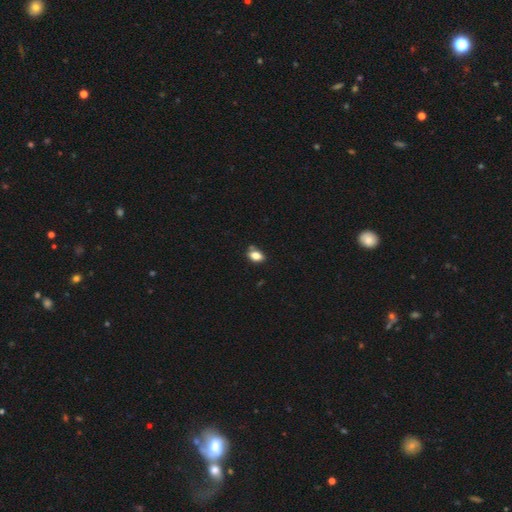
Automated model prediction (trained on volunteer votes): A smooth galaxy with no disk features (82%) that is in between round and cigar-shaped (83%).

Vote fractions:
- Smooth or featured? smooth: 82% / star or artifact: 10% / featured or disk: 8%
- How rounded? in between: 83% / round: 14% / cigar-shaped: 2%
- Merging? none: 67% / minor disturbance: 21% / merger: 7% / major disturbance: 4%